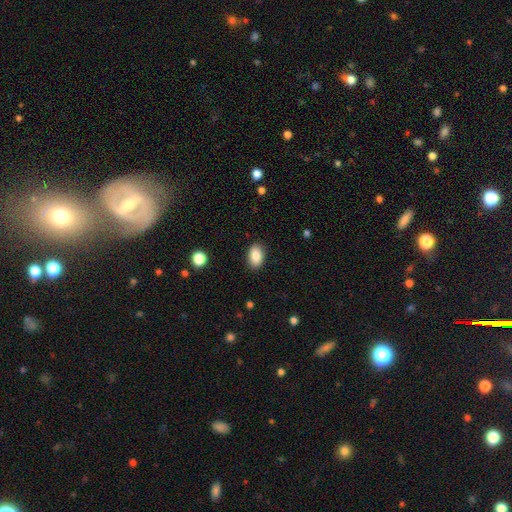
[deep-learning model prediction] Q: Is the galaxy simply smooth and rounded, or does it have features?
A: smooth — 87%.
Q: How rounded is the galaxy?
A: in between — 90%.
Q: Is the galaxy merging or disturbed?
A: none — 88%.